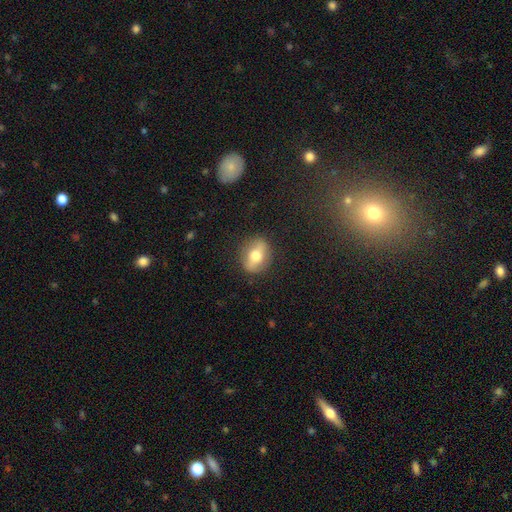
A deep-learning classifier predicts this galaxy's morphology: Smooth or featured? Predicted: smooth (p=0.52). How rounded? Predicted: in between (p=0.55). Merging? Predicted: none (p=0.84).